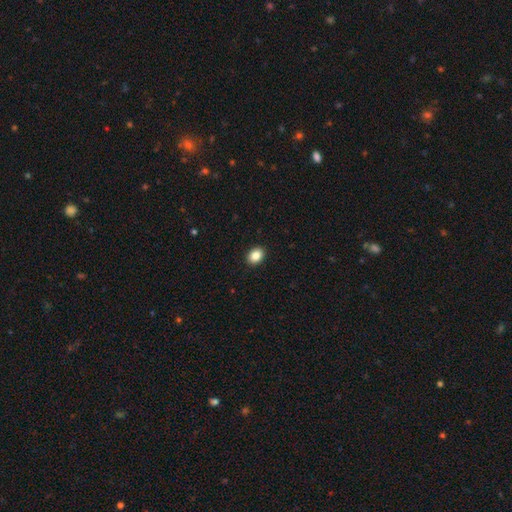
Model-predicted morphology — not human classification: A smooth galaxy with no disk features (86%) that is in between round and cigar-shaped (61%).

Vote fractions:
- Smooth or featured? smooth: 86% / star or artifact: 9% / featured or disk: 5%
- How rounded? in between: 61% / round: 38% / cigar-shaped: 1%
- Merging? none: 92% / minor disturbance: 6% / major disturbance: 2% / merger: 1%